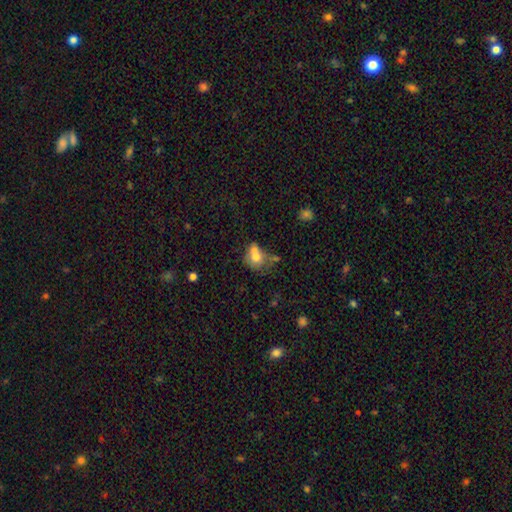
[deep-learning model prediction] Morphology: type=smooth (70%); roundness=round (55%); merging=merger (47%).